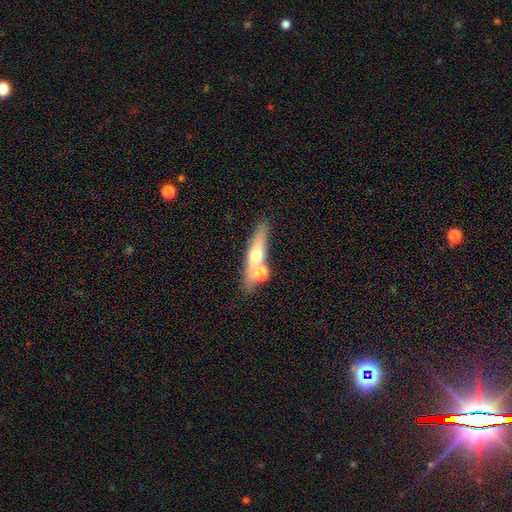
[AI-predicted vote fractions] This appears to be a smooth galaxy with no disk features (48%). Merging: none (55%).